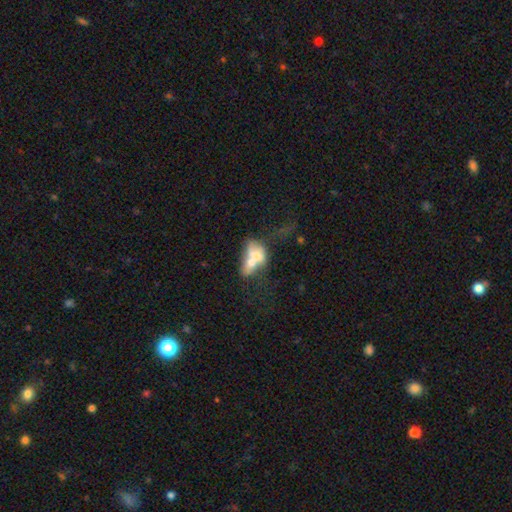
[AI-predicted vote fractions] Smooth or featured? smooth (57%)
How rounded? in between (77%)
Merging? merger (72%)